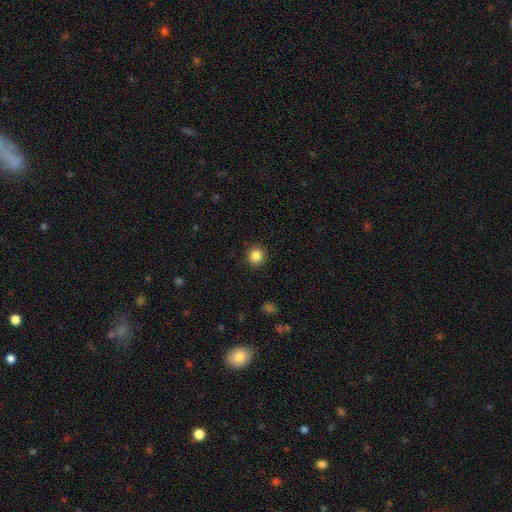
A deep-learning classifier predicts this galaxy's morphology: type=smooth (84%); roundness=round (93%); merging=none (92%).